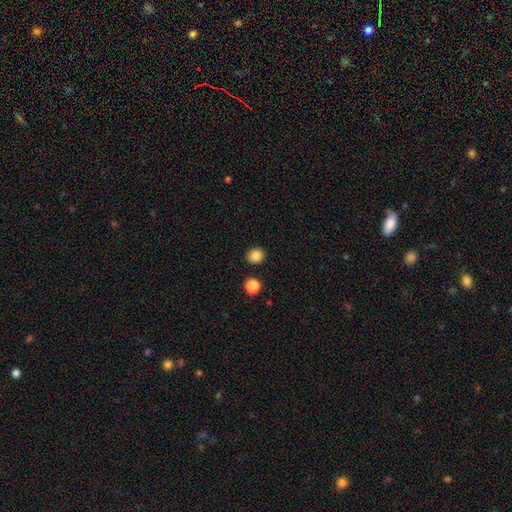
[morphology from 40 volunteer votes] This appears to be a smooth galaxy with no disk features (92%) that is round (84%). Merging: none (88%).